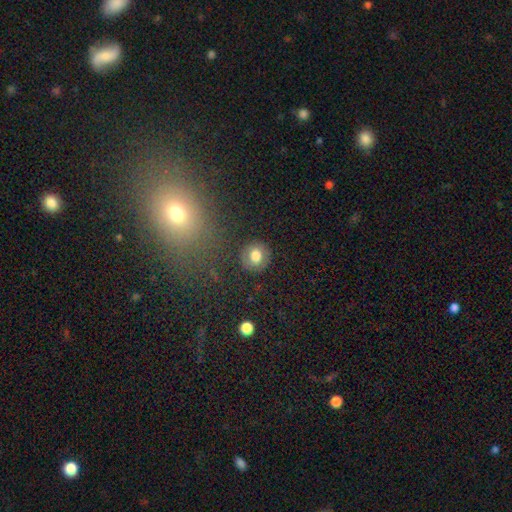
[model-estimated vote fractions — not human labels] Smooth or featured? Predicted: smooth (p=0.77). How rounded? Predicted: round (p=0.84). Merging? Predicted: none (p=0.87).